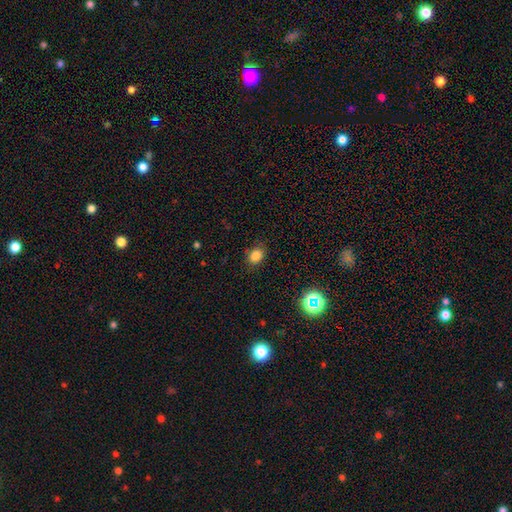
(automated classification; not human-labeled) Smooth or featured? smooth (82%)
How rounded? in between (62%)
Merging? none (81%)